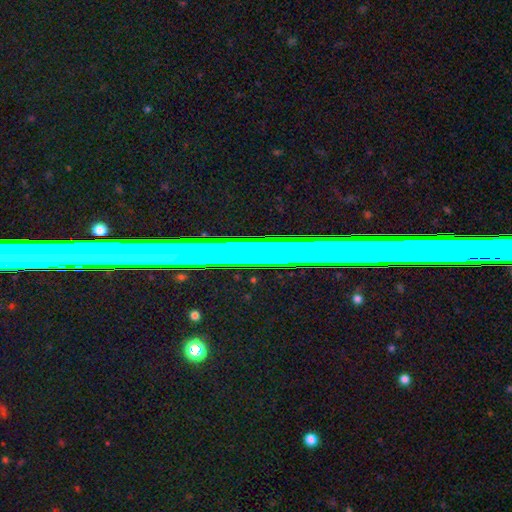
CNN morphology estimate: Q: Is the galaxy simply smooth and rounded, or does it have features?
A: star or artifact — 49%.